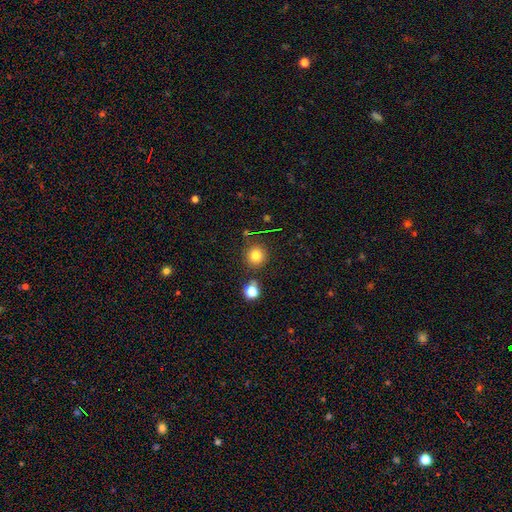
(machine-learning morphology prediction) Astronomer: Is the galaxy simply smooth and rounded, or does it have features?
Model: smooth — 79%.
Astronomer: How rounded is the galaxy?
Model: round — 93%.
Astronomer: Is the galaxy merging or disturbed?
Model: none — 84%.